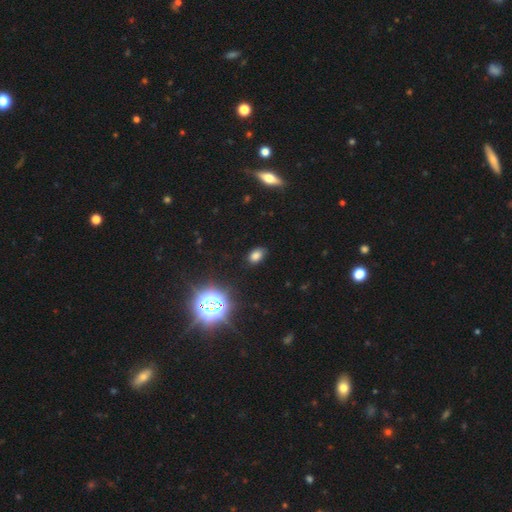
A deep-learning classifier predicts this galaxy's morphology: smooth-or-featured: smooth: 73% | star or artifact: 21% | featured or disk: 6%
  how-rounded: in between: 79% | round: 19% | cigar-shaped: 2%
  merging: none: 83% | minor disturbance: 13% | major disturbance: 3% | merger: 1%